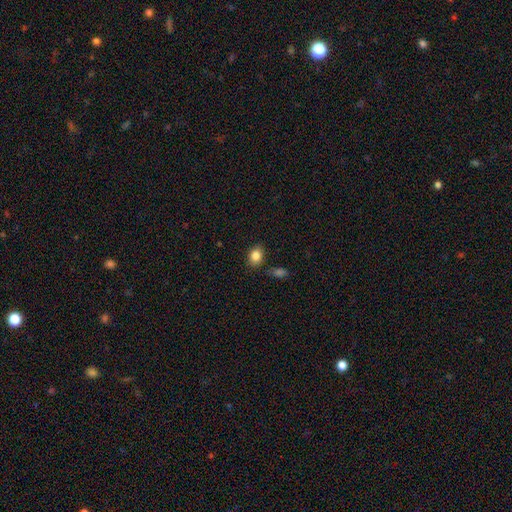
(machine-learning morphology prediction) Q: Smooth or featured?
A: smooth (85%); runner-up: star or artifact (9%)
Q: How rounded?
A: in between (66%); runner-up: round (33%)
Q: Merging?
A: none (82%); runner-up: minor disturbance (11%)